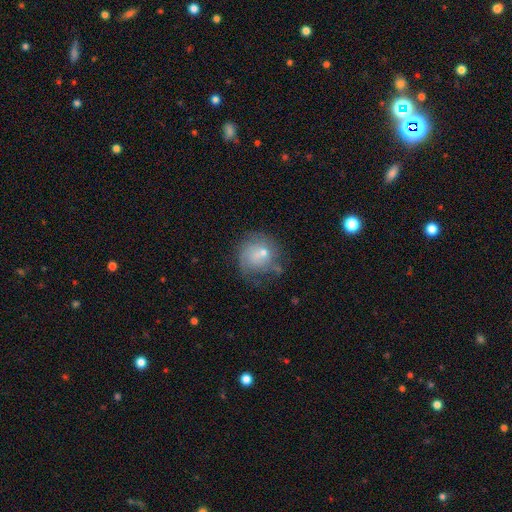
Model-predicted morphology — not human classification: This appears to be a smooth galaxy with no disk features (47%). Merging: none (47%).